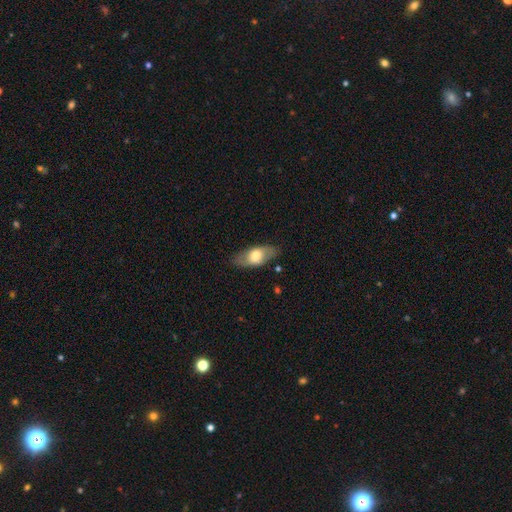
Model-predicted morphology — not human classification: smooth_or_featured: smooth (p=0.61) [alt: featured or disk p=0.33]
how_rounded: in between (p=0.86) [alt: cigar-shaped p=0.10]
merging: none (p=0.81) [alt: minor disturbance p=0.14]